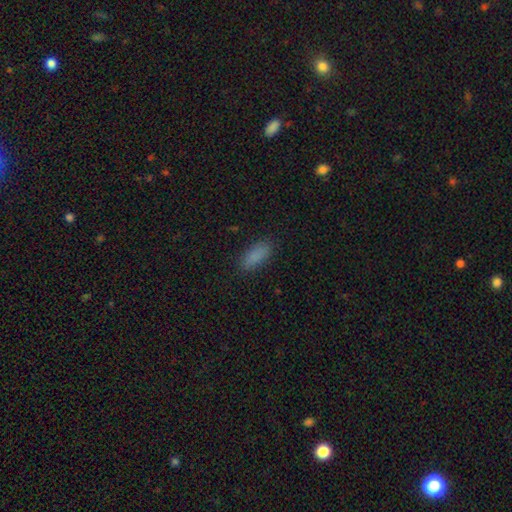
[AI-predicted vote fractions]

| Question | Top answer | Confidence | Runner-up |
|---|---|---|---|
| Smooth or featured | smooth | 87% | star or artifact (9%) |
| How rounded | in between | 75% | cigar-shaped (23%) |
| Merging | none | 86% | minor disturbance (10%) |